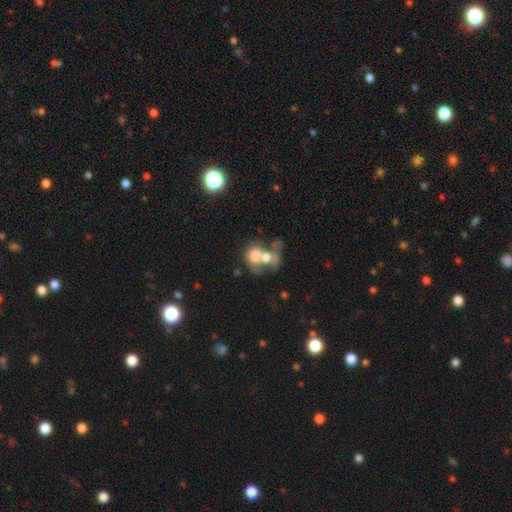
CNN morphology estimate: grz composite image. It shows a smooth galaxy with no disk features (60%) that is round (57%). Merging: merger (67%).